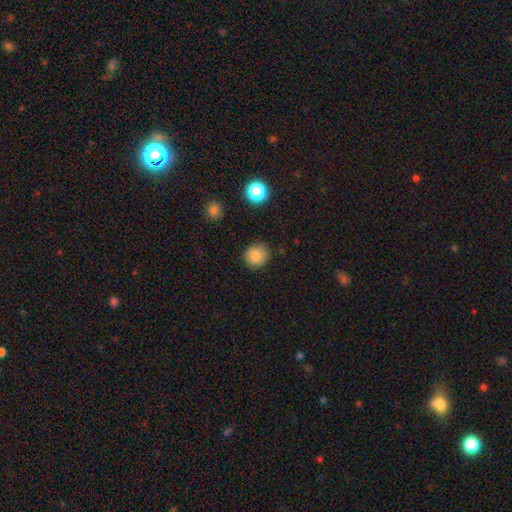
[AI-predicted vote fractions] Smooth or featured: smooth — 84% (star or artifact — 11%)
How rounded: round — 92% (in between — 7%)
Merging: none — 88% (minor disturbance — 9%)